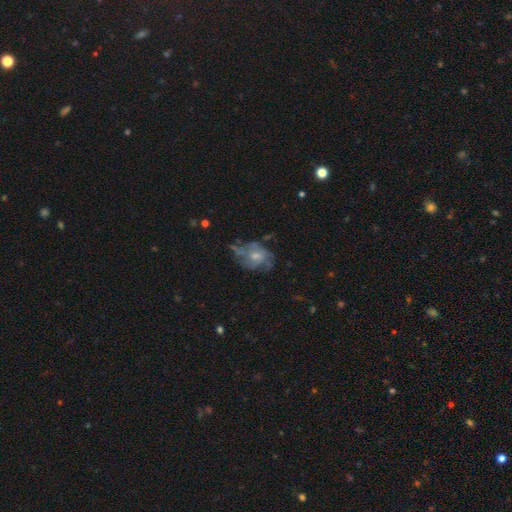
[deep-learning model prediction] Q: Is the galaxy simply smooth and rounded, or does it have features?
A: featured or disk — 66%.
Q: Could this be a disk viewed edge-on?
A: no — 97%.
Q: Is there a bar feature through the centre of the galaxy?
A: no — 71%.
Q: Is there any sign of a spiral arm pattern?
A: yes — 70%.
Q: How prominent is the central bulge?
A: moderate — 48%.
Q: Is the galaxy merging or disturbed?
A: none — 46%.